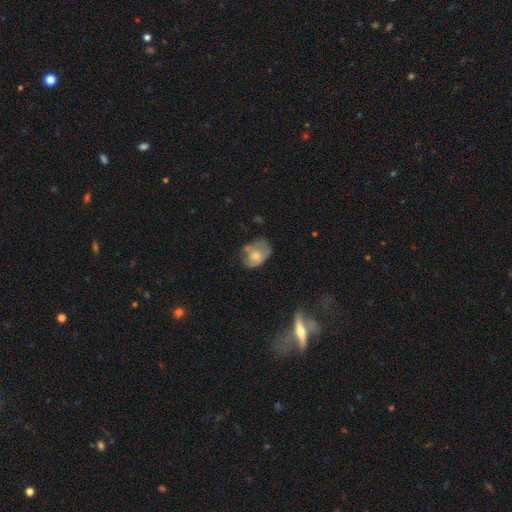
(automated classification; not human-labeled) Smooth or featured?
  - smooth: 59% *
  - featured or disk: 33%
  - star or artifact: 8%
How rounded?
  - in between: 66% *
  - round: 33%
  - cigar-shaped: 1%
Merging?
  - none: 41% *
  - minor disturbance: 34%
  - major disturbance: 18%
  - merger: 6%